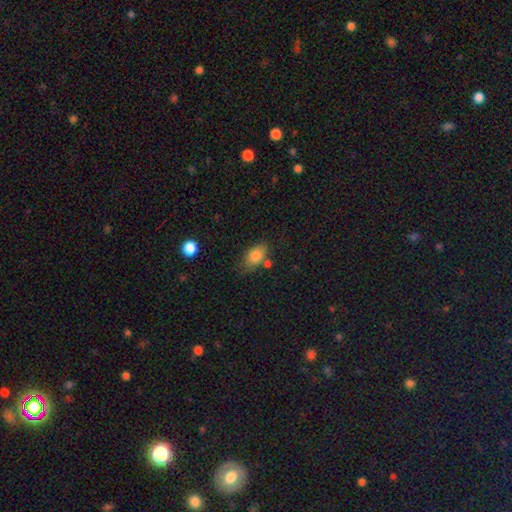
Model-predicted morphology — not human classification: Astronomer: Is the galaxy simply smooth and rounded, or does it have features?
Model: smooth — 83%.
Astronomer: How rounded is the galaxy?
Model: in between — 87%.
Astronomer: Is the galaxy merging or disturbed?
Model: none — 64%.